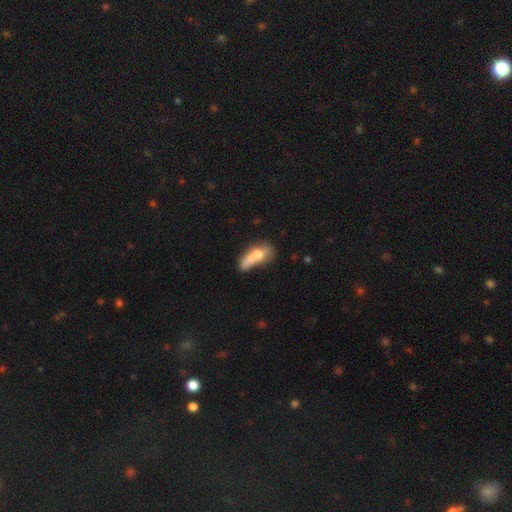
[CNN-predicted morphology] Smooth or featured? Predicted: smooth (p=0.61). How rounded? Predicted: in between (p=0.68). Merging? Predicted: merger (p=0.45).